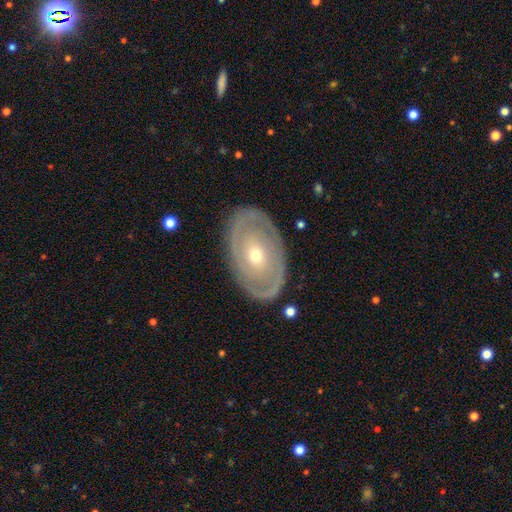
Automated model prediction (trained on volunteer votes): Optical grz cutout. It shows a featured or disk galaxy (76%) with no bar (81%), spiral arms (62%) and a small central bulge (50%). Merging: none (84%).